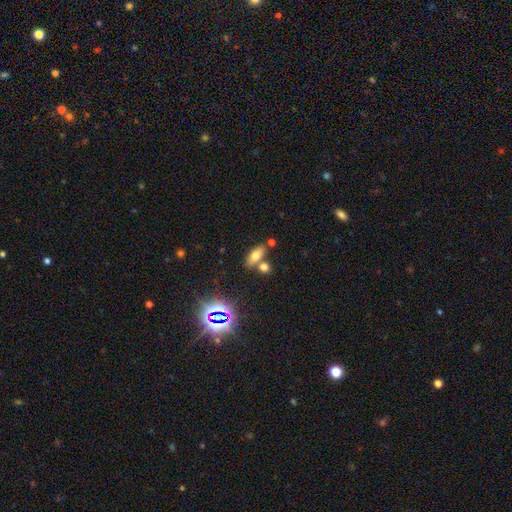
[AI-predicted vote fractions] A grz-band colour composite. It shows a smooth galaxy with no disk features (67%) that is in between round and cigar-shaped (79%). Merging: none (59%).